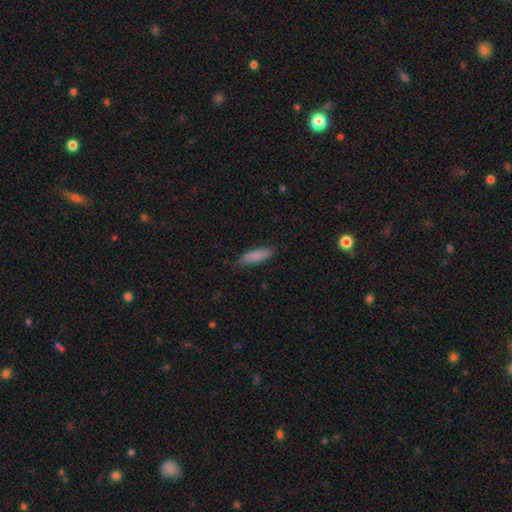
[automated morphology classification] smooth_or_featured: smooth (p=0.86) [alt: featured or disk p=0.08]
how_rounded: cigar-shaped (p=0.63) [alt: in between p=0.36]
merging: none (p=0.82) [alt: minor disturbance p=0.15]